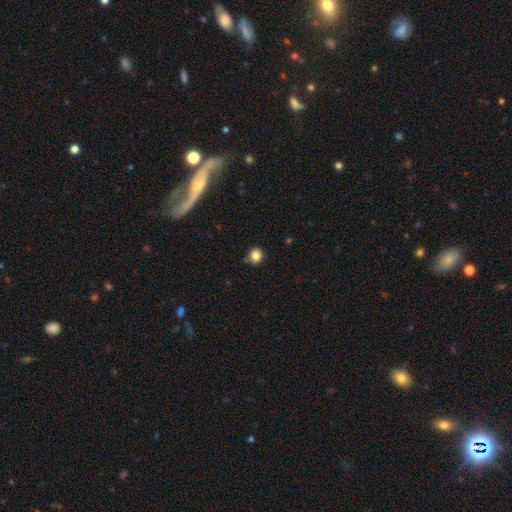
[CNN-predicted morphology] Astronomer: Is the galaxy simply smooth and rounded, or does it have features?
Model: smooth — 84%.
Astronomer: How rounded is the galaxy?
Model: round — 85%.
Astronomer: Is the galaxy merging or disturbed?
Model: none — 79%.